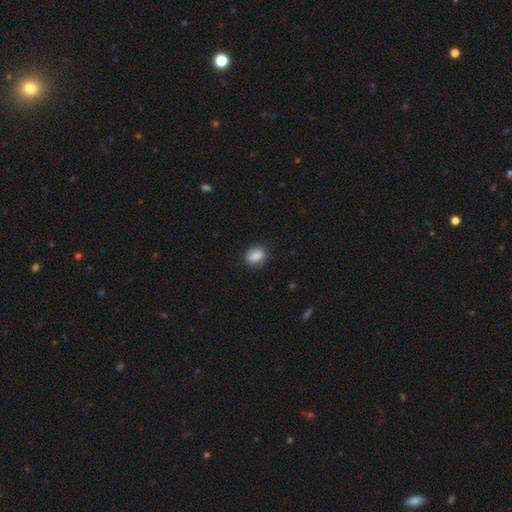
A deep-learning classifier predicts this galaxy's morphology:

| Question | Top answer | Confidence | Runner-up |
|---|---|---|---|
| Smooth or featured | smooth | 87% | star or artifact (8%) |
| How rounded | in between | 68% | round (31%) |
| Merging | none | 80% | minor disturbance (16%) |